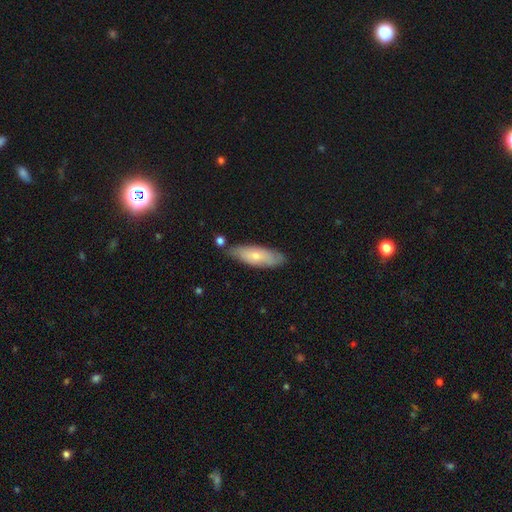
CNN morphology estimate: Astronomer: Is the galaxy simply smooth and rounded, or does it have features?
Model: smooth — 65%.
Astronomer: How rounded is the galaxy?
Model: in between — 57% (runner-up: cigar-shaped, 41%).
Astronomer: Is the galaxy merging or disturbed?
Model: none — 71%.